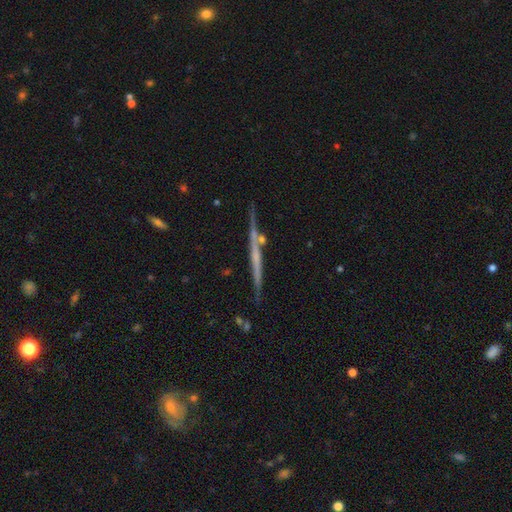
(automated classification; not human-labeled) Smooth or featured? featured or disk (67%)
Edge-on disk? yes (97%)
Edge-on bulge? none (76%)
Merging? none (81%)